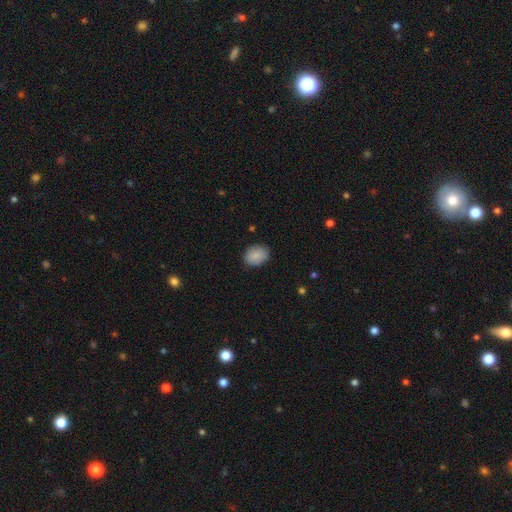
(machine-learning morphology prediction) Smooth or featured? smooth (87%)
How rounded? in between (62%)
Merging? none (83%)